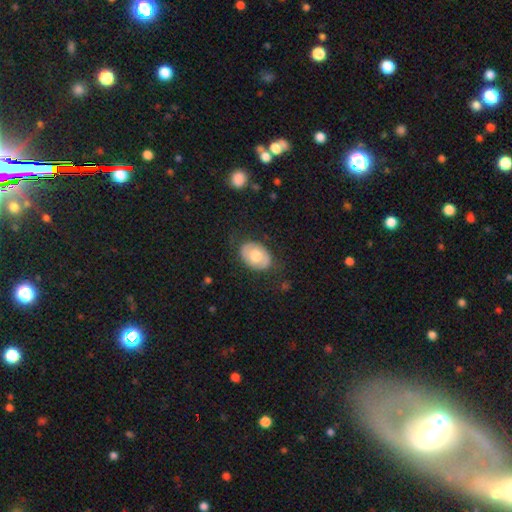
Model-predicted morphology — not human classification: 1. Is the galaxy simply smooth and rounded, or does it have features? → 61% smooth, 33% featured or disk, 6% star or artifact.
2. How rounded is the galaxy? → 79% in between, 20% round, 1% cigar-shaped.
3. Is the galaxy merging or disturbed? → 74% none, 18% minor disturbance, 7% major disturbance, 1% merger.